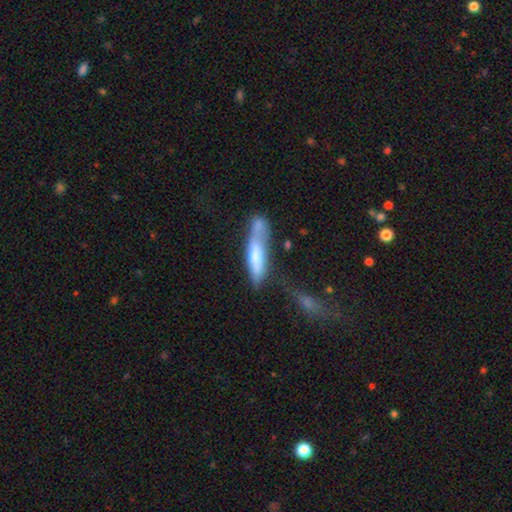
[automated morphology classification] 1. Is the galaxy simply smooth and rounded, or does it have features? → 61% smooth, 32% featured or disk, 6% star or artifact.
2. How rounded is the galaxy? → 75% cigar-shaped, 23% in between, 2% round.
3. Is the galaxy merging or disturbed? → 38% none, 24% merger, 24% minor disturbance, 14% major disturbance.